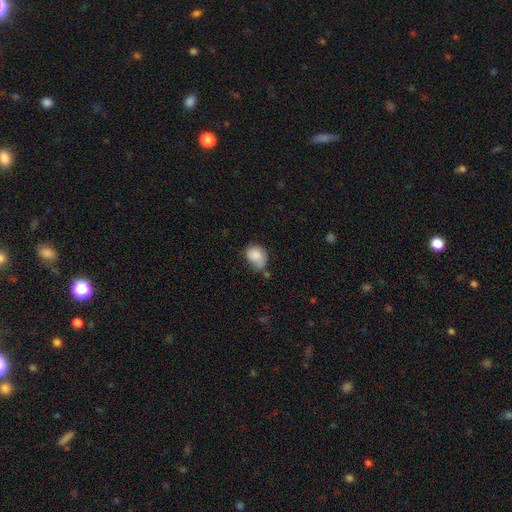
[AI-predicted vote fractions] This is clearly a smooth galaxy (83%). How rounded: possibly in between (56%). Merging: marginally none (40%).